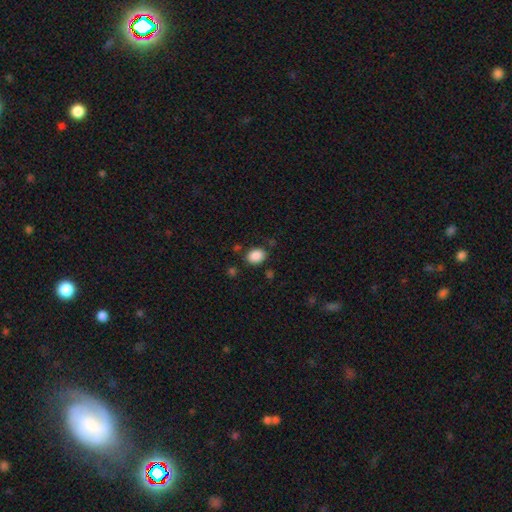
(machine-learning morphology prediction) This appears to be a smooth galaxy with no disk features (88%) that is in between round and cigar-shaped (62%). Merging: none (82%).